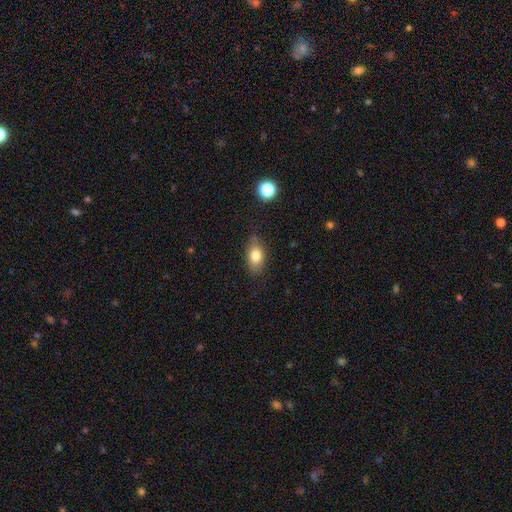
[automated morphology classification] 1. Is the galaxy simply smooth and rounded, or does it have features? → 79% smooth, 13% featured or disk, 8% star or artifact.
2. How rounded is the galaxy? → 85% in between, 10% round, 5% cigar-shaped.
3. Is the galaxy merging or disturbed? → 75% none, 19% minor disturbance, 4% major disturbance, 2% merger.